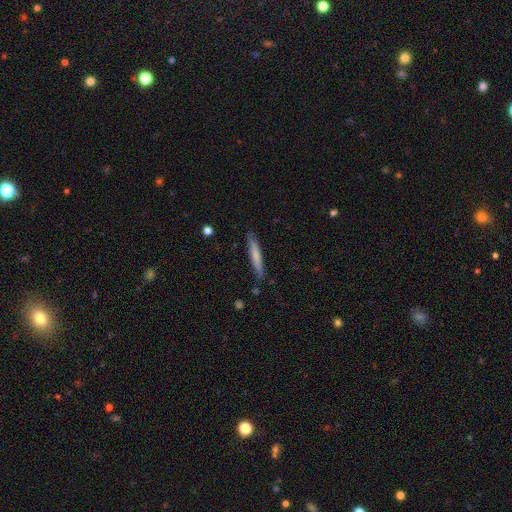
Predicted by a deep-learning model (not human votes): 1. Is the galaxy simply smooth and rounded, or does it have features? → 68% smooth, 27% featured or disk, 5% star or artifact.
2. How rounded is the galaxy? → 95% cigar-shaped, 4% in between, 1% round.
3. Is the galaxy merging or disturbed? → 87% none, 10% minor disturbance, 2% major disturbance, 2% merger.